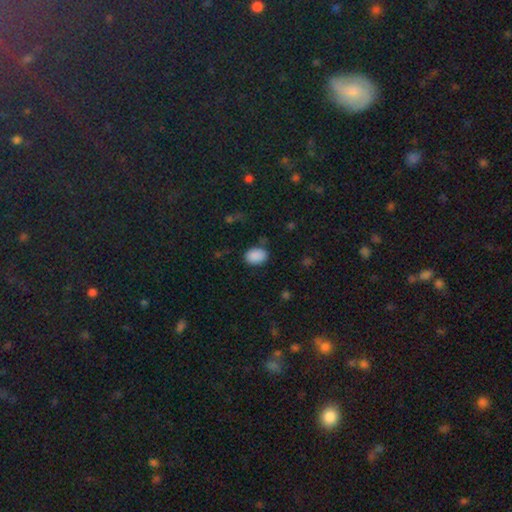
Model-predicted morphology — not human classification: Smooth or featured?
  - smooth: 89% *
  - star or artifact: 8%
  - featured or disk: 3%
How rounded?
  - in between: 77% *
  - round: 22%
  - cigar-shaped: 1%
Merging?
  - none: 81% *
  - minor disturbance: 13%
  - major disturbance: 4%
  - merger: 2%